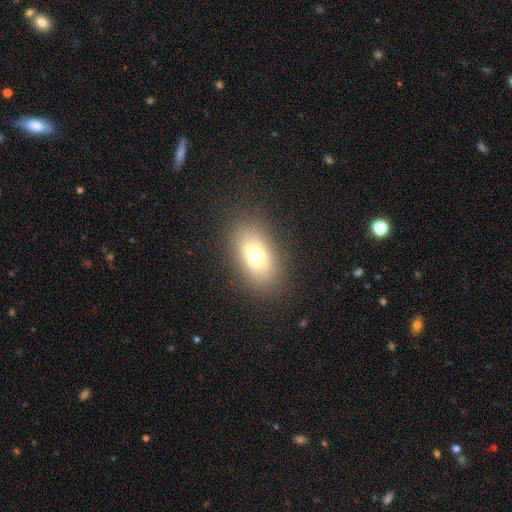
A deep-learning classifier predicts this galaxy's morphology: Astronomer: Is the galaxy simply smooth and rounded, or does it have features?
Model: smooth — 70%.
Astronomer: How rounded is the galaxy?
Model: in between — 82%.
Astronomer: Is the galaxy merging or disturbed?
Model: none — 83%.